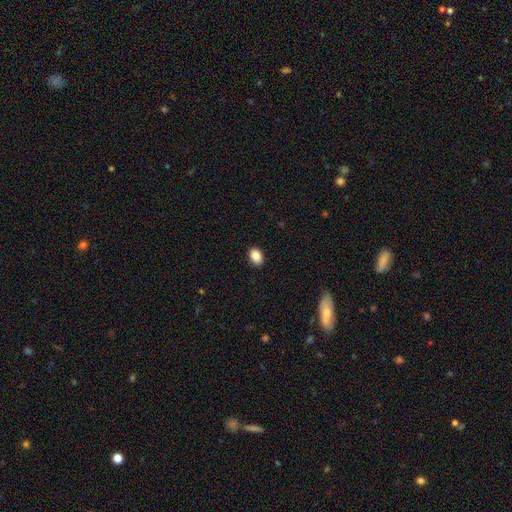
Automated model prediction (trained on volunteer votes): This is clearly a smooth galaxy (87%). How rounded: likely in between (79%). Merging: clearly none (90%).